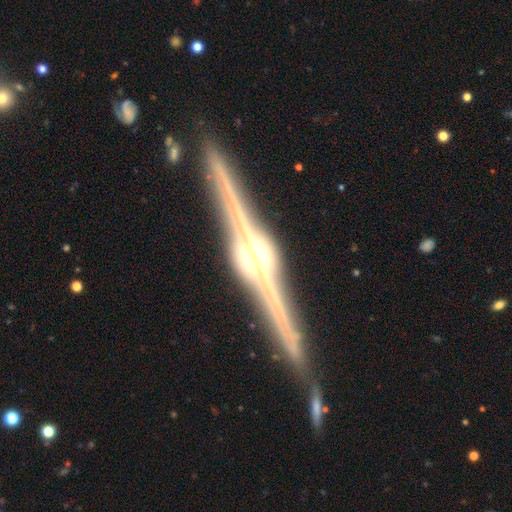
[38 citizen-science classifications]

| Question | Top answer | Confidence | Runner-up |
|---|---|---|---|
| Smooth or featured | featured or disk | 92% | smooth (8%) |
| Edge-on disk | yes | 97% | no (3%) |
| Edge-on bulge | rounded | 97% | boxy (3%) |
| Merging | none | 87% | minor disturbance (11%) |